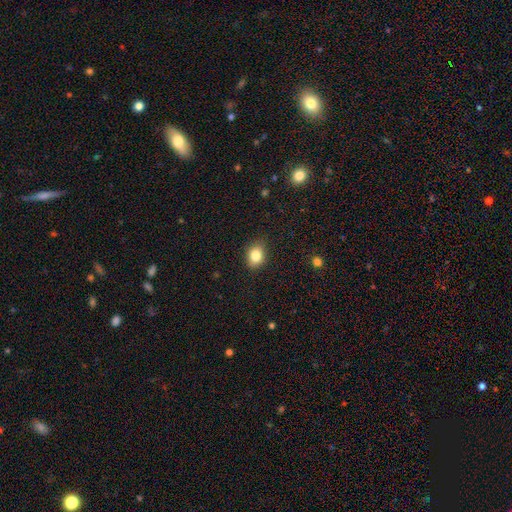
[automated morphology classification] A smooth galaxy with no disk features (82%) that is in between round and cigar-shaped (60%). Merging: none (84%).